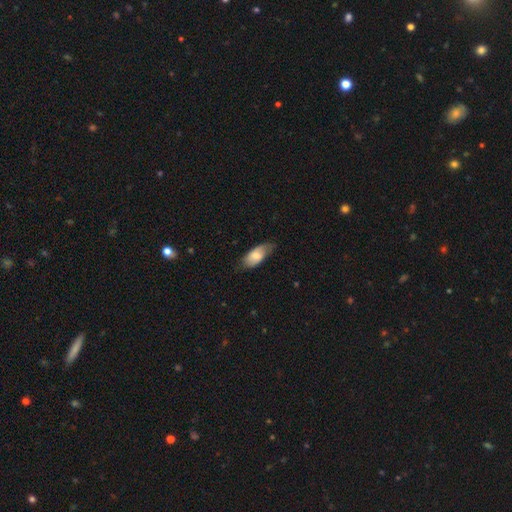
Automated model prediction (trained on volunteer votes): Morphology: type=smooth (70%); roundness=in between (89%); merging=none (65%).